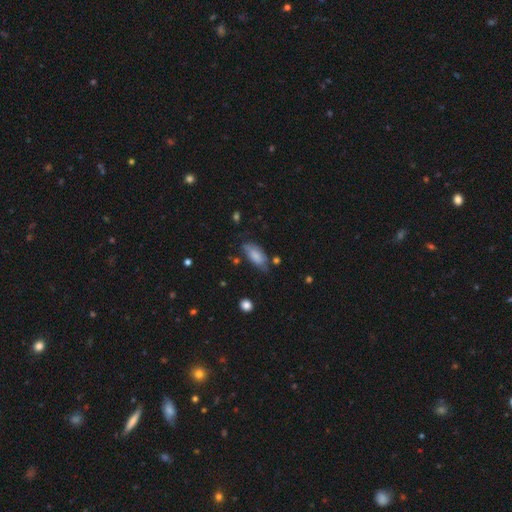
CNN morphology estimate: This appears to be a smooth galaxy with no disk features (77%) that is in between round and cigar-shaped (86%). Merging: none (58%).